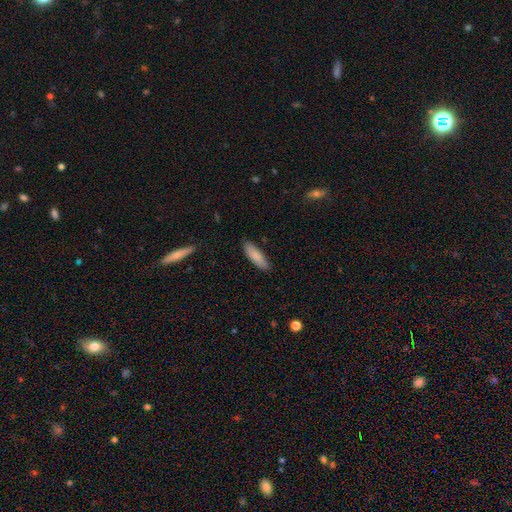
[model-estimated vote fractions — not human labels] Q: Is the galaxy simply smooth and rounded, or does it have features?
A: smooth — 87%.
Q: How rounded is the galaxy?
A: in between — 50%.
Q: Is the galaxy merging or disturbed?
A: none — 87%.